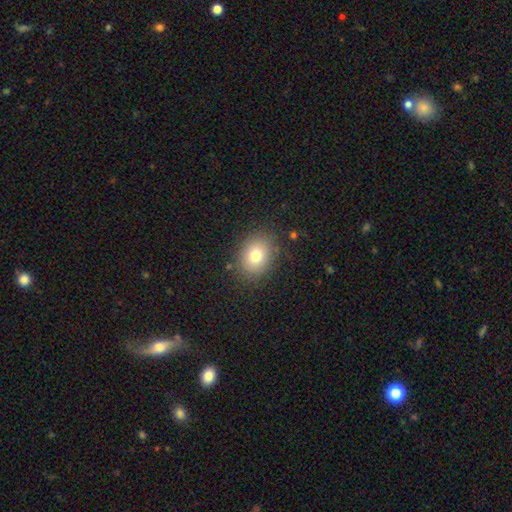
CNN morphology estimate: This is likely a smooth galaxy (77%). How rounded: possibly in between (57%). Merging: clearly none (84%).